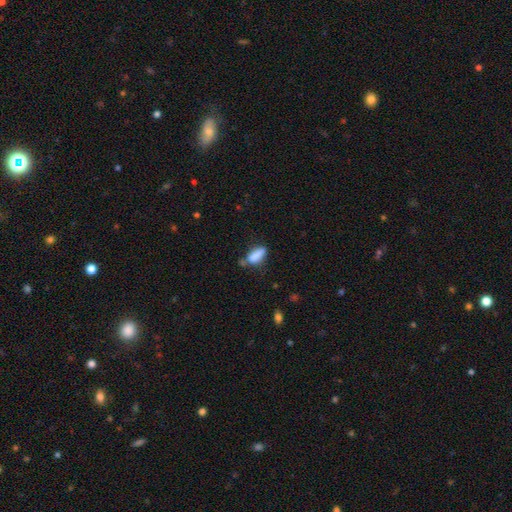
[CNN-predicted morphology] smooth 82%, featured or disk 10%, star or artifact 8%. Down the decision tree: how rounded — in between (70%); merging — none (50%).